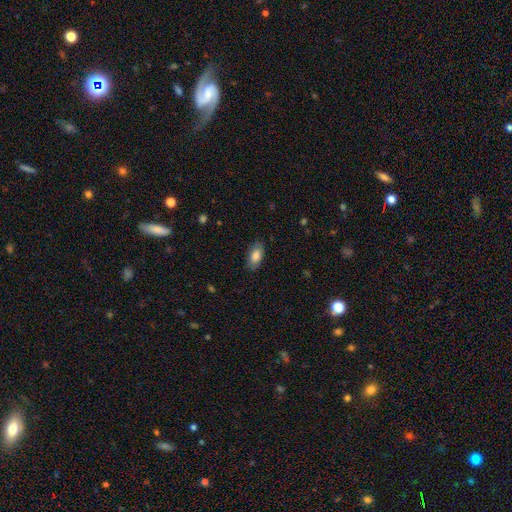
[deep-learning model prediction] The model was most divided on "smooth or featured": smooth: 83%, featured or disk: 11%, star or artifact: 6%. More confident: how rounded — in between (92%); merging — none (84%).